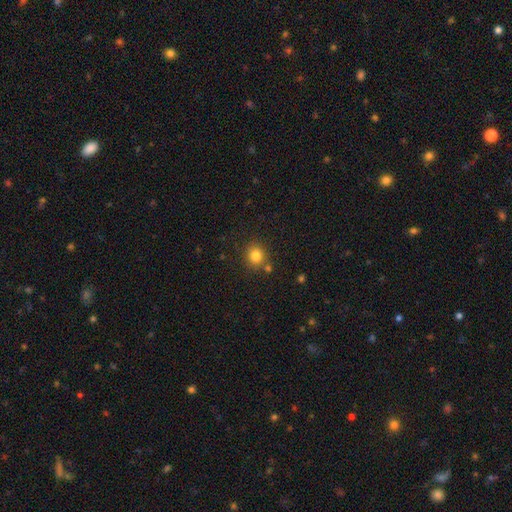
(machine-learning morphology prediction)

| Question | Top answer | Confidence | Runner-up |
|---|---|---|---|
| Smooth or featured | smooth | 82% | star or artifact (12%) |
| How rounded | round | 83% | in between (17%) |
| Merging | none | 80% | minor disturbance (9%) |